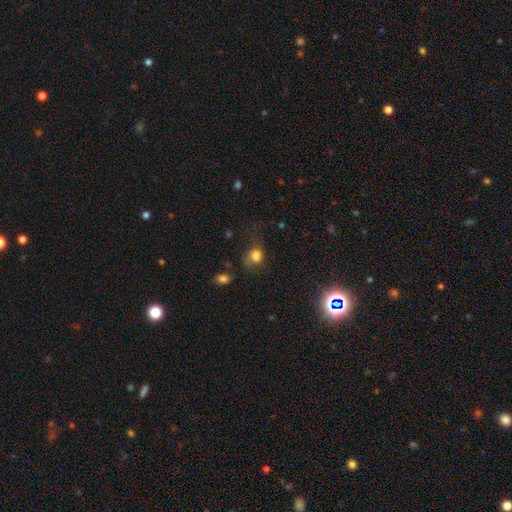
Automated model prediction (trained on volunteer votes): A smooth galaxy with no disk features (78%) that is round (59%).

Vote fractions:
- Smooth or featured? smooth: 78% / star or artifact: 12% / featured or disk: 10%
- How rounded? round: 59% / in between: 40% / cigar-shaped: 1%
- Merging? none: 45% / minor disturbance: 27% / major disturbance: 23% / merger: 4%